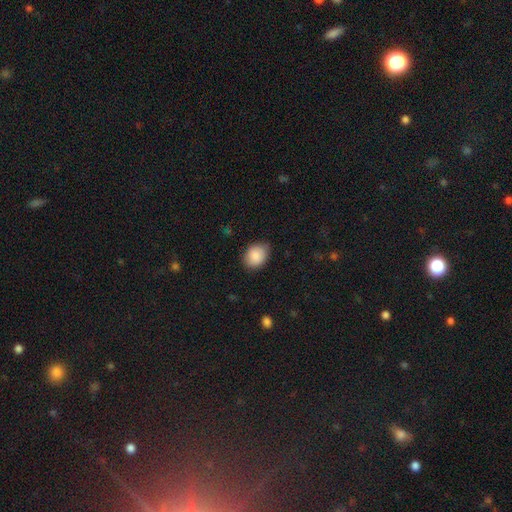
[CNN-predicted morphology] A smooth galaxy with no disk features (87%) that is in between round and cigar-shaped (62%).

Vote fractions:
- Smooth or featured? smooth: 87% / star or artifact: 7% / featured or disk: 6%
- How rounded? in between: 62% / round: 37% / cigar-shaped: 1%
- Merging? none: 78% / minor disturbance: 17% / major disturbance: 3% / merger: 1%